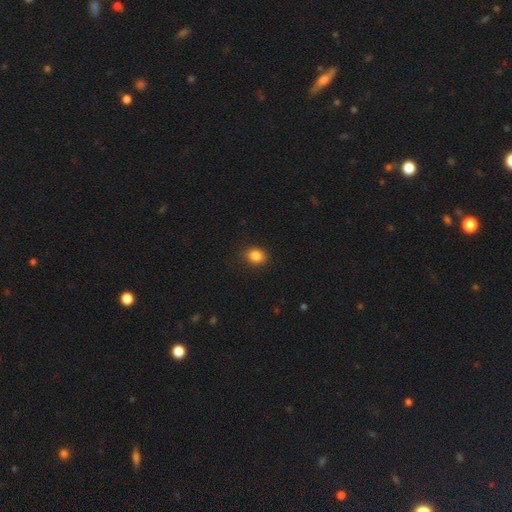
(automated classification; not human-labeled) A smooth galaxy with no disk features (85%) that is in between round and cigar-shaped (49%, tied with round). Merging: none (87%).